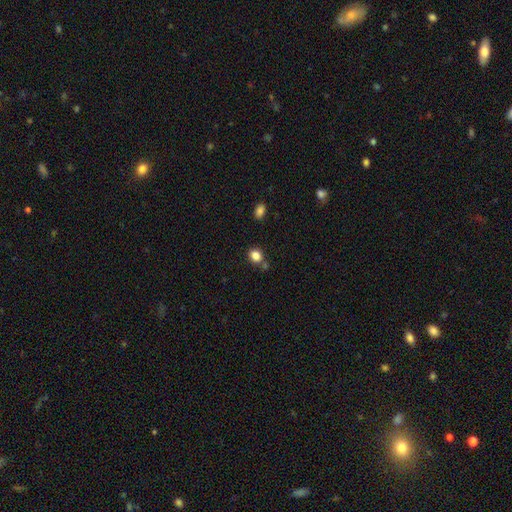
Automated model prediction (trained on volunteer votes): smooth_or_featured: smooth (p=0.84) [alt: star or artifact p=0.11]
how_rounded: round (p=0.65) [alt: in between p=0.34]
merging: none (p=0.71) [alt: minor disturbance p=0.13]